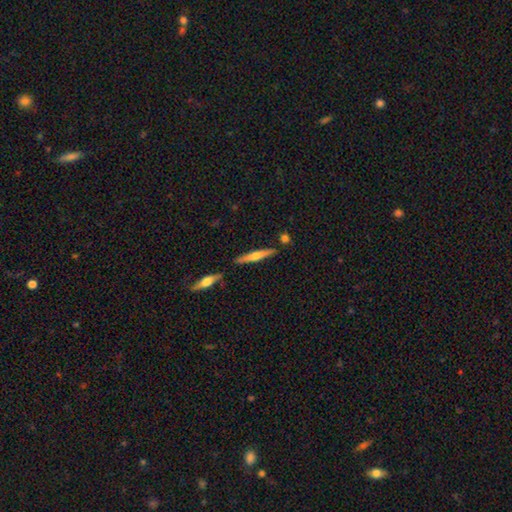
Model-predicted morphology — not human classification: smooth_or_featured: featured or disk (p=0.52) [alt: smooth p=0.43]
disk_edge_on: yes (p=0.96) [alt: no p=0.04]
merging: none (p=0.83) [alt: minor disturbance p=0.09]